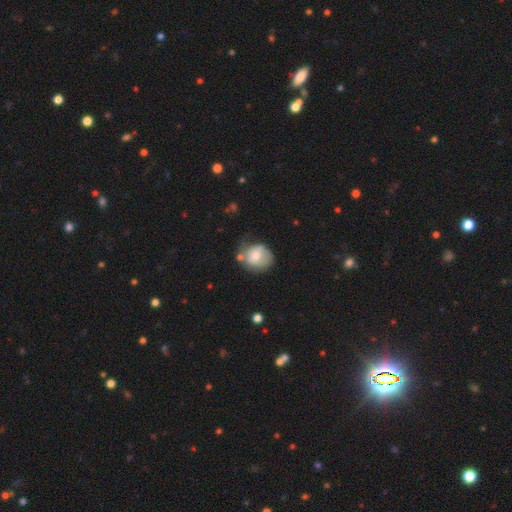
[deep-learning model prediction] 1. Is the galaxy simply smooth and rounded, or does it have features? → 64% smooth, 28% featured or disk, 7% star or artifact.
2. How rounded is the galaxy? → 67% round, 32% in between, 1% cigar-shaped.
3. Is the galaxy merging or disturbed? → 38% none, 31% minor disturbance, 21% major disturbance, 10% merger.